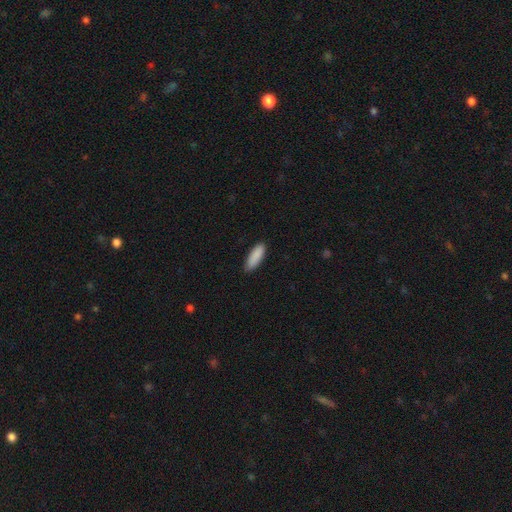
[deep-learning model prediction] Smooth or featured? smooth (90%)
How rounded? in between (61%)
Merging? none (85%)